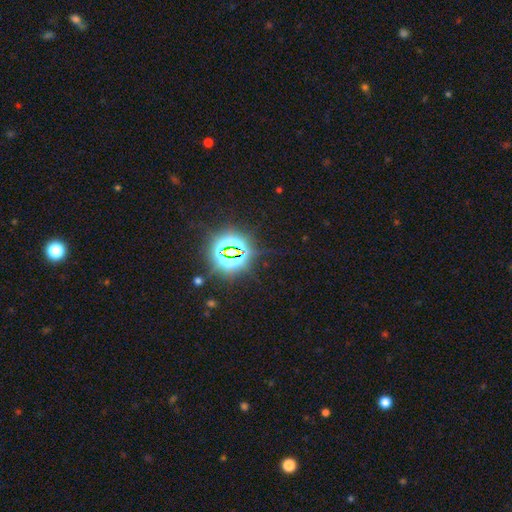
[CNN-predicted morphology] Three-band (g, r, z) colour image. It shows a star or artifact, not a galaxy (85%).